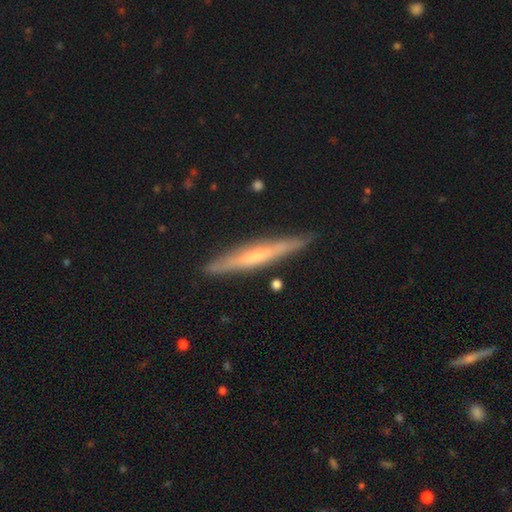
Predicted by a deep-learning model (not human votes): A featured or disk galaxy (59%) viewed edge-on (94%) with no central bulge (48%). Merging: none (88%).